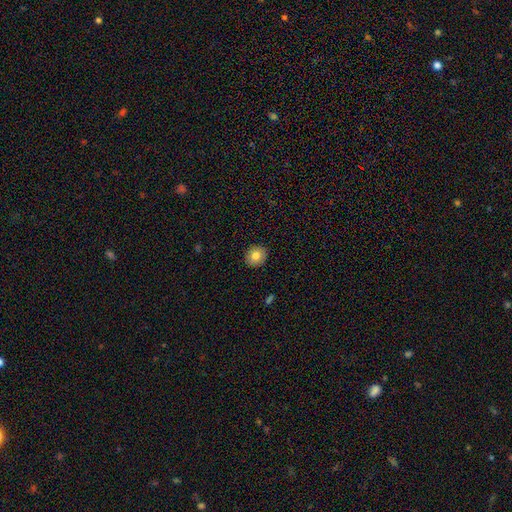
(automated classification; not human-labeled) This is likely a smooth galaxy (78%). How rounded: clearly round (82%). Merging: clearly none (91%).